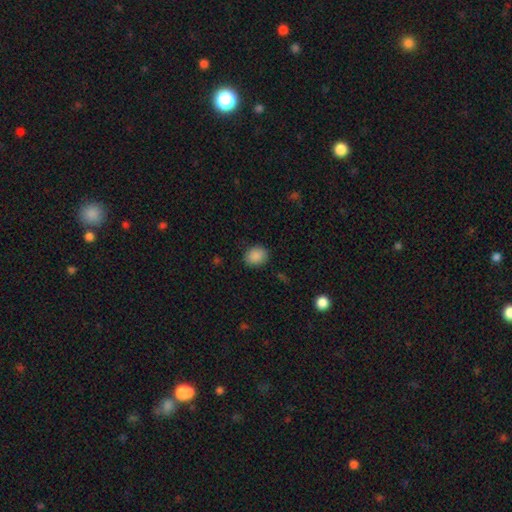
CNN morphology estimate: A smooth galaxy with no disk features (88%) that is round (52%).

Vote fractions:
- Smooth or featured? smooth: 88% / star or artifact: 9% / featured or disk: 3%
- How rounded? round: 52% / in between: 47% / cigar-shaped: 1%
- Merging? none: 86% / minor disturbance: 11% / major disturbance: 3% / merger: 1%